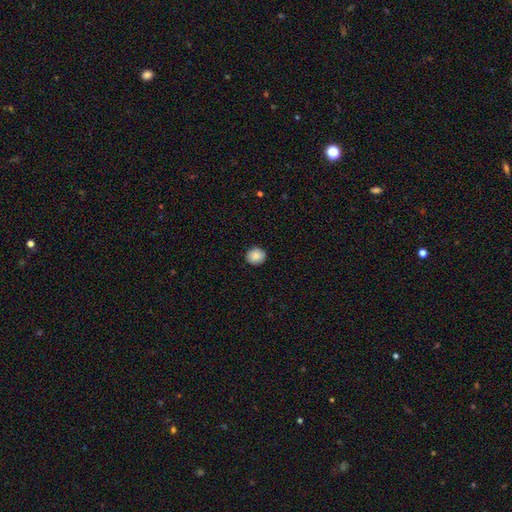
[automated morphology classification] A smooth galaxy with no disk features (87%) that is round (85%). Merging: none (90%).